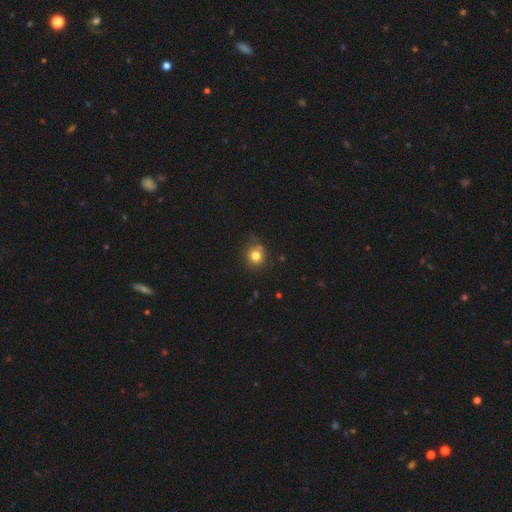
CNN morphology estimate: This appears to be a smooth galaxy with no disk features (80%) that is round (88%). Merging: none (72%).